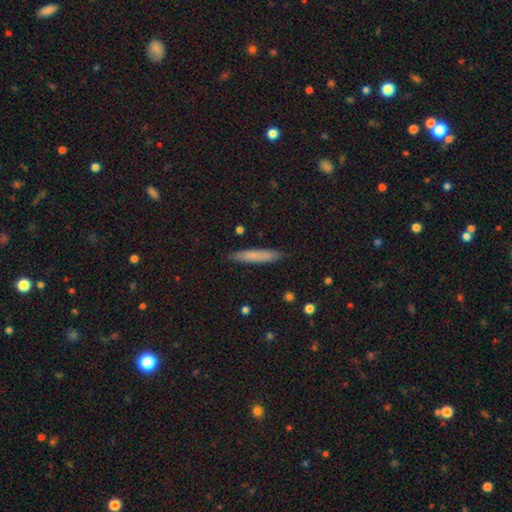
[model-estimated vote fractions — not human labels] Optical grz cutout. It shows a smooth galaxy with no disk features (78%) that is cigar-shaped (92%). Merging: none (89%).